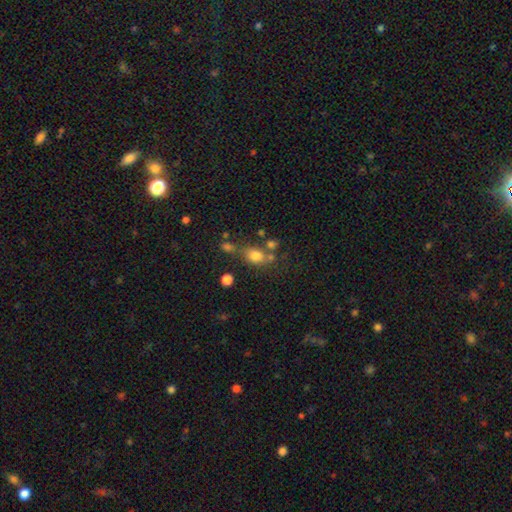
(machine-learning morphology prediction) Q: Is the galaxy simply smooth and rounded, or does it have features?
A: smooth — 73%.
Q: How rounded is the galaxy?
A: in between — 53%.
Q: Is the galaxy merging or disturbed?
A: none — 53%.